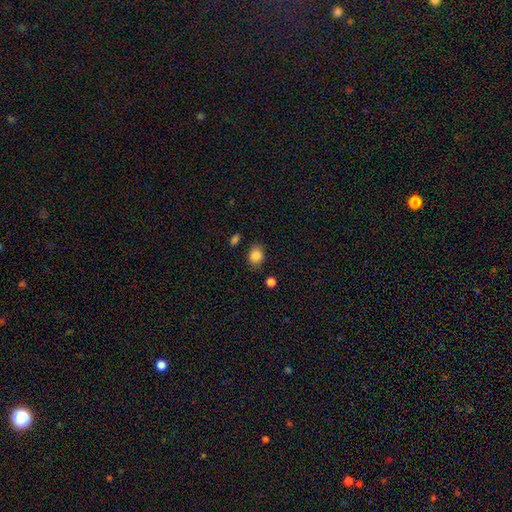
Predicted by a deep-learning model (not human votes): Morphology: type=smooth (86%); roundness=in between (50%); merging=none (80%).